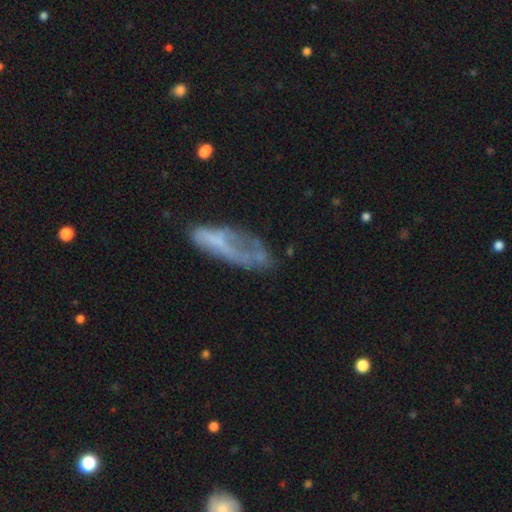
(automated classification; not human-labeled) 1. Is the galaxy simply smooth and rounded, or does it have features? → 45% smooth, 44% featured or disk, 11% star or artifact.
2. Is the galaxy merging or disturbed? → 34% major disturbance, 32% none, 23% minor disturbance, 11% merger.